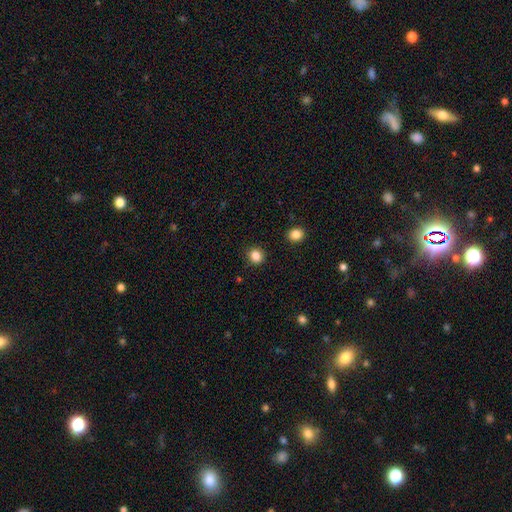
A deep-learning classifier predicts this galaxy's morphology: A smooth galaxy with no disk features (84%) that is round (84%).

Vote fractions:
- Smooth or featured? smooth: 84% / star or artifact: 12% / featured or disk: 4%
- How rounded? round: 84% / in between: 15% / cigar-shaped: 1%
- Merging? none: 90% / minor disturbance: 7% / major disturbance: 2% / merger: 2%